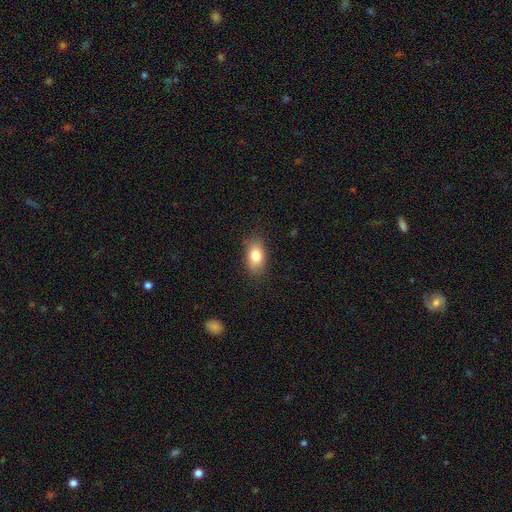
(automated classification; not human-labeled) Smooth or featured? Predicted: smooth (p=0.81). How rounded? Predicted: in between (p=0.88). Merging? Predicted: none (p=0.84).